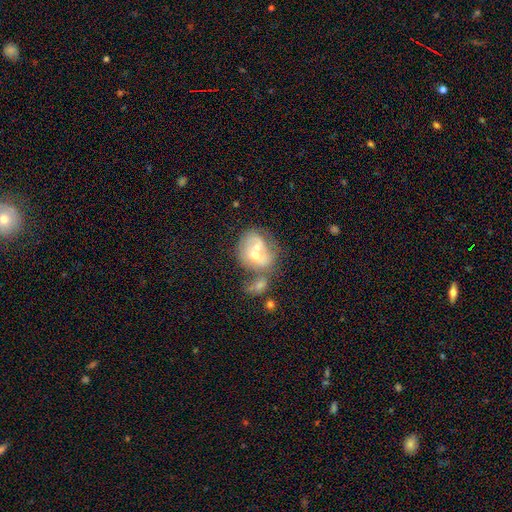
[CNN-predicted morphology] Q: Smooth or featured?
A: featured or disk (56%); runner-up: smooth (35%)
Q: Edge-on disk?
A: no (97%); runner-up: yes (3%)
Q: Bar?
A: no (70%); runner-up: weak (23%)
Q: Spiral arms?
A: no (52%); runner-up: yes (48%)
Q: Bulge size?
A: moderate (61%); runner-up: small (31%)
Q: Merging?
A: merger (60%); runner-up: none (20%)